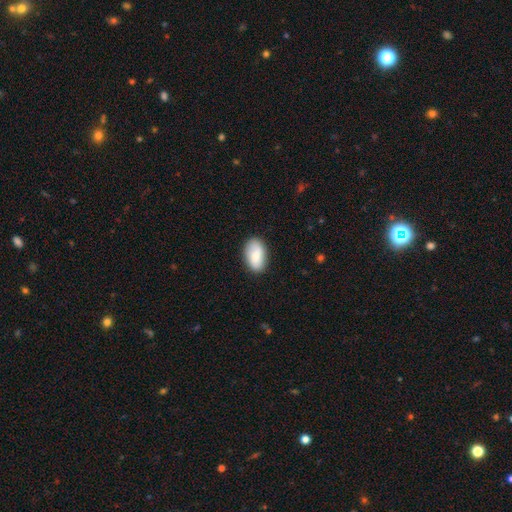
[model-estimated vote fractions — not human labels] A smooth galaxy with no disk features (80%) that is in between round and cigar-shaped (93%).

Vote fractions:
- Smooth or featured? smooth: 80% / featured or disk: 14% / star or artifact: 6%
- How rounded? in between: 93% / round: 5% / cigar-shaped: 2%
- Merging? none: 83% / minor disturbance: 13% / major disturbance: 3% / merger: 1%